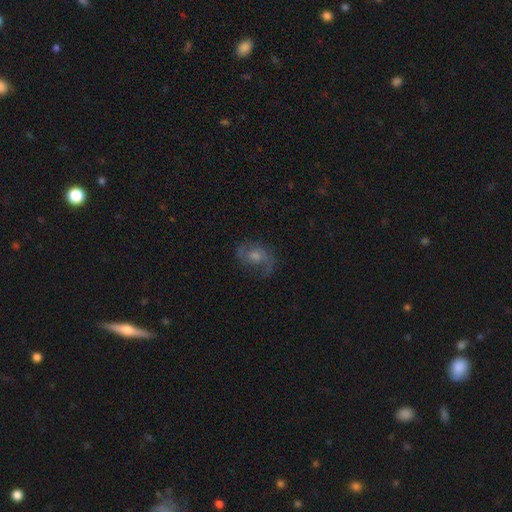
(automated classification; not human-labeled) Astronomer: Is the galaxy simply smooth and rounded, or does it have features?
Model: featured or disk — 67%.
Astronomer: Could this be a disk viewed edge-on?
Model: no — 96%.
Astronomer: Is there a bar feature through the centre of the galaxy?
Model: no — 66%.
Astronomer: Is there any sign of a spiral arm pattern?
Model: yes — 90%.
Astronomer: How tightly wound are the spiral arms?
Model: medium — 46% (runner-up: loose, 37%).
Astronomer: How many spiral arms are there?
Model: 2 — 79%.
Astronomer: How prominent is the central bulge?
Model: moderate — 55% (runner-up: small, 31%).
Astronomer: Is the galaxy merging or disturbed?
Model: none — 70%.